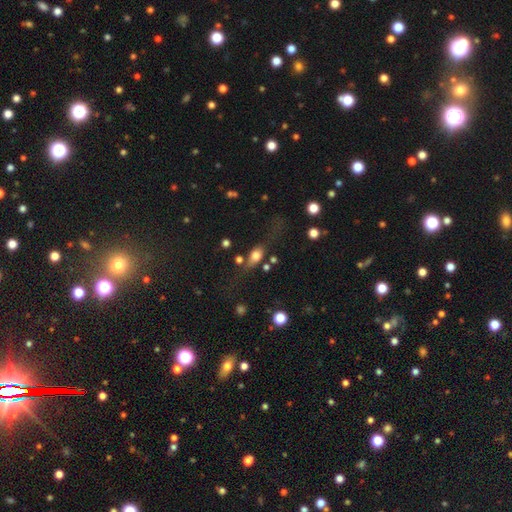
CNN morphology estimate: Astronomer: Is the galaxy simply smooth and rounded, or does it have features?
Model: smooth — 63%.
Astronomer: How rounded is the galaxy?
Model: in between — 67%.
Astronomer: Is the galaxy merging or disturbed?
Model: none — 54%.